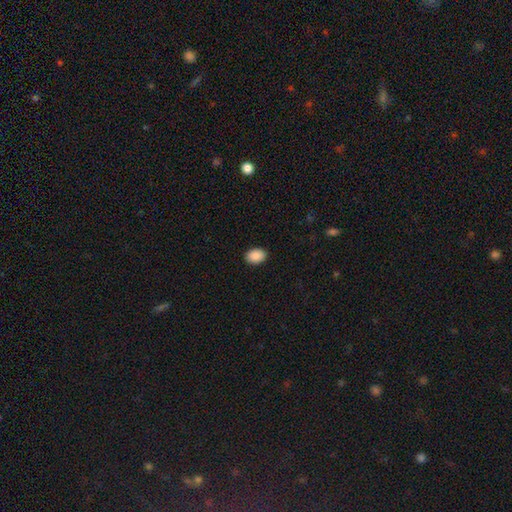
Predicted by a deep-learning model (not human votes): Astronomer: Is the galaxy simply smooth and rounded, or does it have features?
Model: smooth — 90%.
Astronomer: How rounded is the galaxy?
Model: in between — 79%.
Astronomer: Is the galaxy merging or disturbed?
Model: none — 90%.